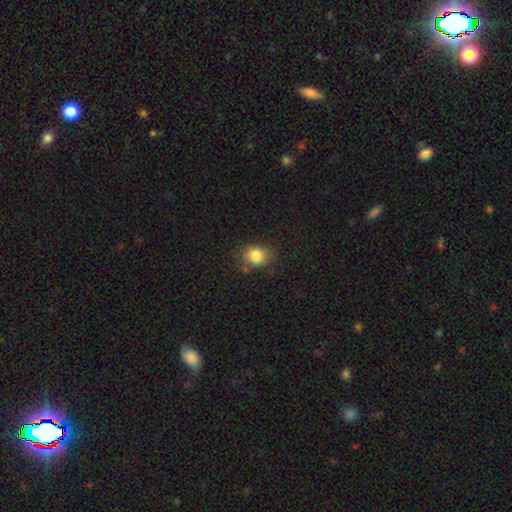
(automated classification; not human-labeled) A smooth galaxy with no disk features (84%) that is round (57%).

Vote fractions:
- Smooth or featured? smooth: 84% / star or artifact: 10% / featured or disk: 6%
- How rounded? round: 57% / in between: 42% / cigar-shaped: 1%
- Merging? none: 74% / minor disturbance: 17% / major disturbance: 5% / merger: 3%